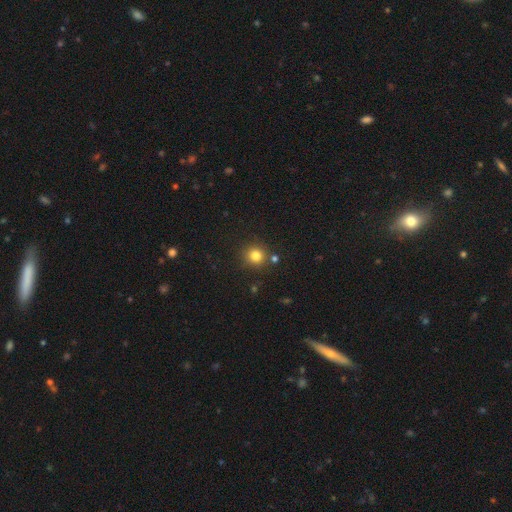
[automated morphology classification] A smooth galaxy with no disk features (81%) that is round (92%). Merging: none (84%).